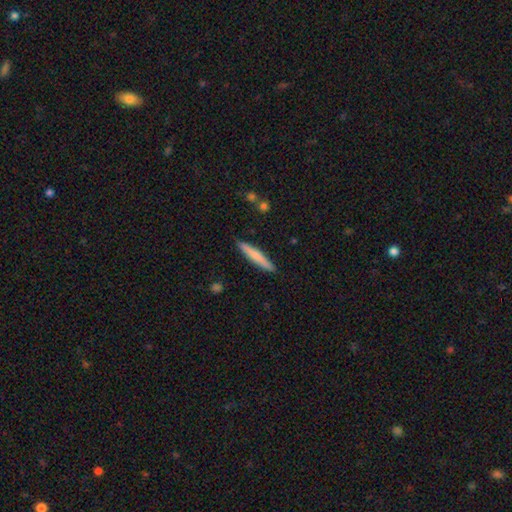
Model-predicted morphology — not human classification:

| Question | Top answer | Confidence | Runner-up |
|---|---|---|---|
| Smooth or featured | smooth | 65% | featured or disk (29%) |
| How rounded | cigar-shaped | 94% | in between (5%) |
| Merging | none | 90% | minor disturbance (7%) |